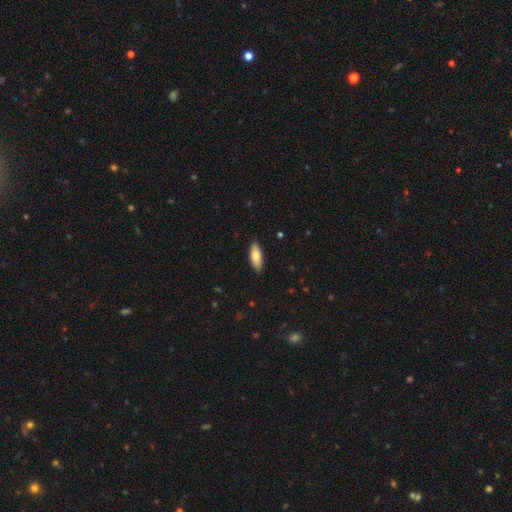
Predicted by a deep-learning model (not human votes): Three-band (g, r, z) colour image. It shows a smooth galaxy with no disk features (79%) that is in between round and cigar-shaped (73%). Merging: none (87%).